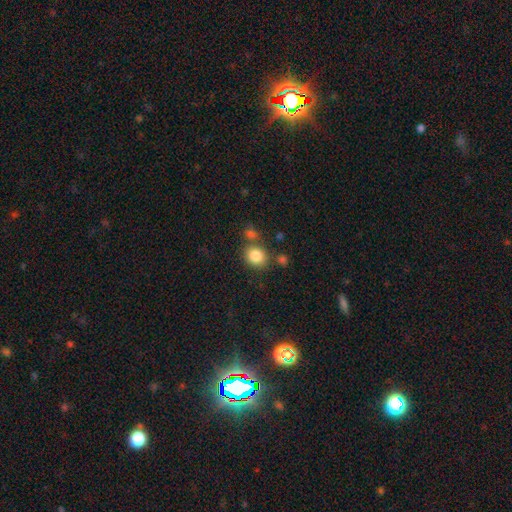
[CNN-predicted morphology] Smooth or featured? Predicted: smooth (p=0.84). How rounded? Predicted: round (p=0.73). Merging? Predicted: none (p=0.69).